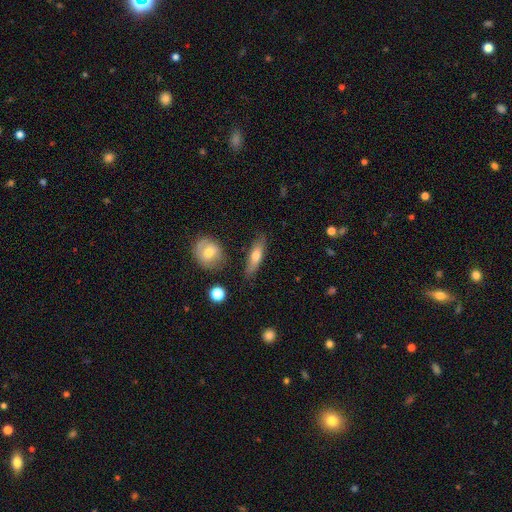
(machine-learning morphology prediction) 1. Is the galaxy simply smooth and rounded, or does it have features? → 62% smooth, 31% featured or disk, 7% star or artifact.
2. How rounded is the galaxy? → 58% cigar-shaped, 38% in between, 4% round.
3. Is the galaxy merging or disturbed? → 79% none, 14% minor disturbance, 4% merger, 3% major disturbance.